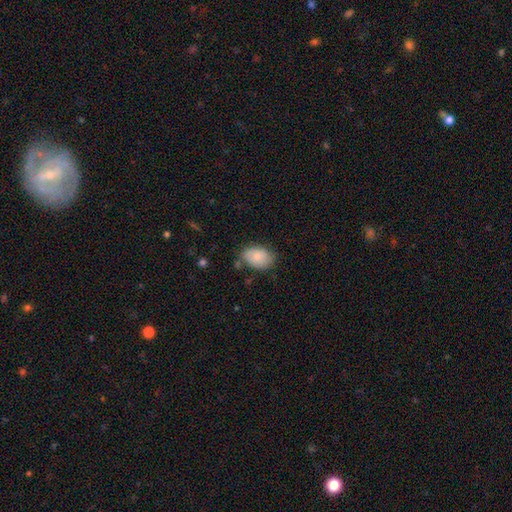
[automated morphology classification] Smooth or featured: smooth — 77% (featured or disk — 16%)
How rounded: in between — 83% (round — 16%)
Merging: none — 66% (minor disturbance — 25%)